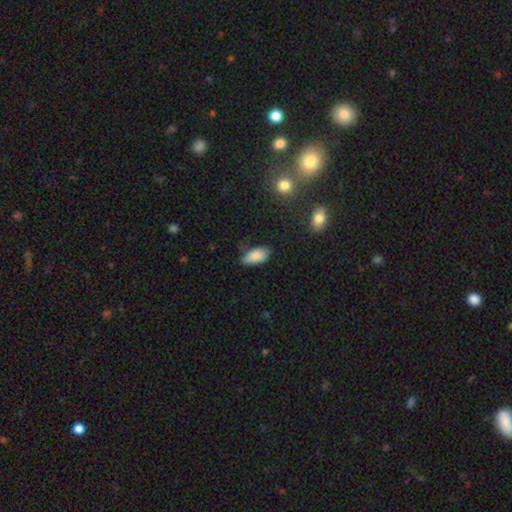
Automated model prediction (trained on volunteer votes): smooth_or_featured: smooth (p=0.86) [alt: star or artifact p=0.08]
how_rounded: in between (p=0.93) [alt: cigar-shaped p=0.04]
merging: none (p=0.62) [alt: minor disturbance p=0.31]